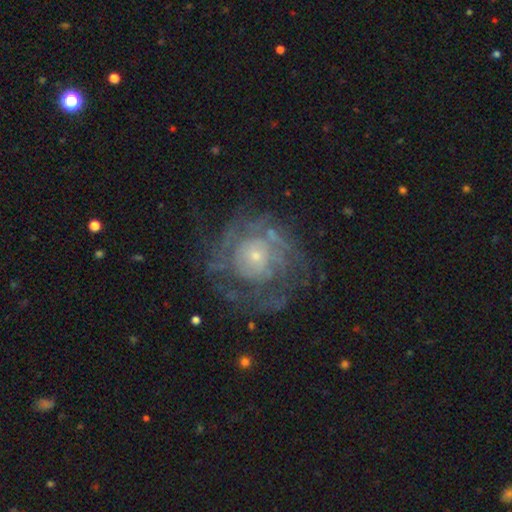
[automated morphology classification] A featured or disk galaxy (75%) with no bar (84%), tight (66%) spiral arms (74%) and a small central bulge (69%). Merging: none (64%).